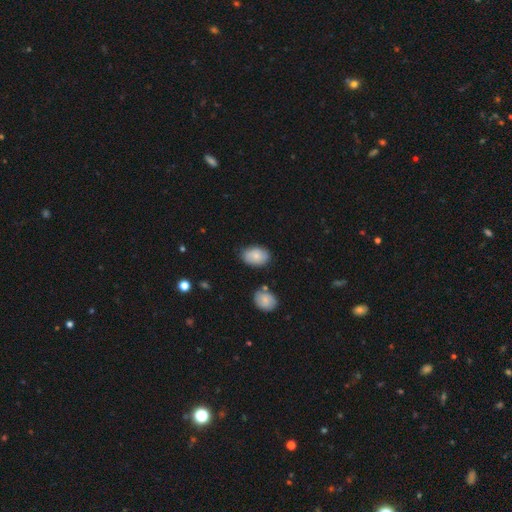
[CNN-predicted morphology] smooth_or_featured: smooth (p=0.77) [alt: featured or disk p=0.15]
how_rounded: in between (p=0.85) [alt: round p=0.14]
merging: none (p=0.74) [alt: minor disturbance p=0.18]